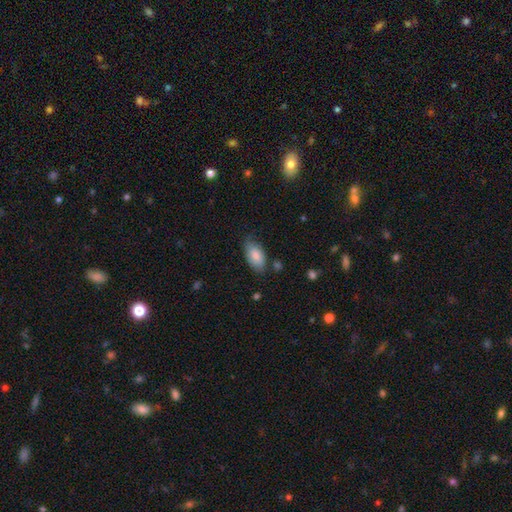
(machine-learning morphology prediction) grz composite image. It shows a smooth galaxy with no disk features (84%) that is in between round and cigar-shaped (94%). Merging: none (67%).